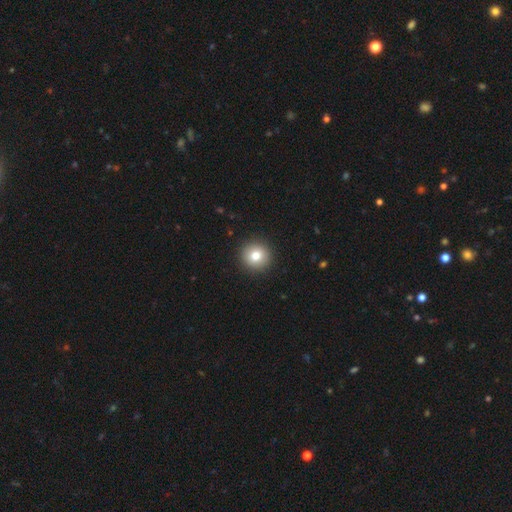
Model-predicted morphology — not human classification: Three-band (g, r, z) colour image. It shows a smooth galaxy with no disk features (80%) that is round (94%). Merging: none (93%).